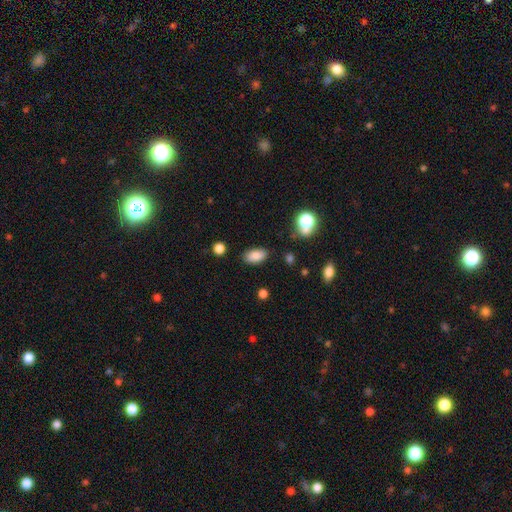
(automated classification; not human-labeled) smooth 85%, star or artifact 9%, featured or disk 6%. Down the decision tree: how rounded — in between (91%); merging — none (84%).